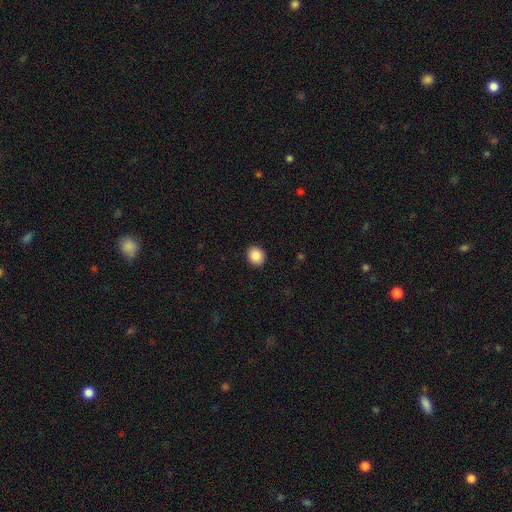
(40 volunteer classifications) Q: Smooth or featured?
A: smooth (85%); runner-up: featured or disk (8%)
Q: How rounded?
A: round (94%); runner-up: in between (6%)
Q: Merging?
A: none (81%); runner-up: minor disturbance (14%)